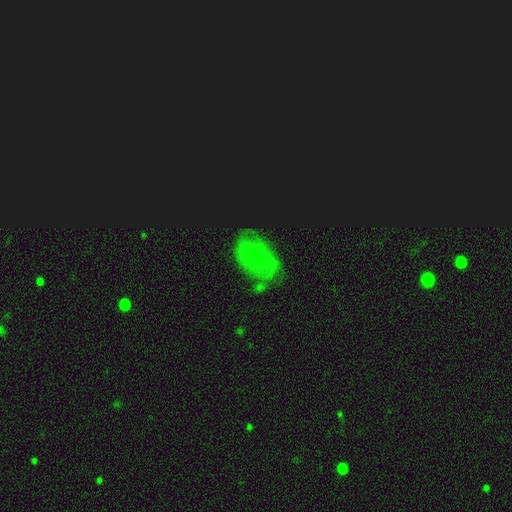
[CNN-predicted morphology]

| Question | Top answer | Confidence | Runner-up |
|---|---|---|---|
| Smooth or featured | featured or disk | 38% | smooth (36%) |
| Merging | none | 55% | minor disturbance (26%) |